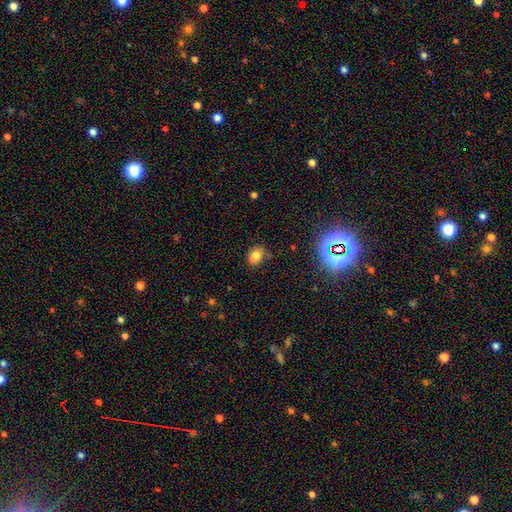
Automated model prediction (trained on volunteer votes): The model was most divided on "how rounded": in between: 56%, round: 43%, cigar-shaped: 1%. More confident: smooth or featured — smooth (76%); merging — none (68%).